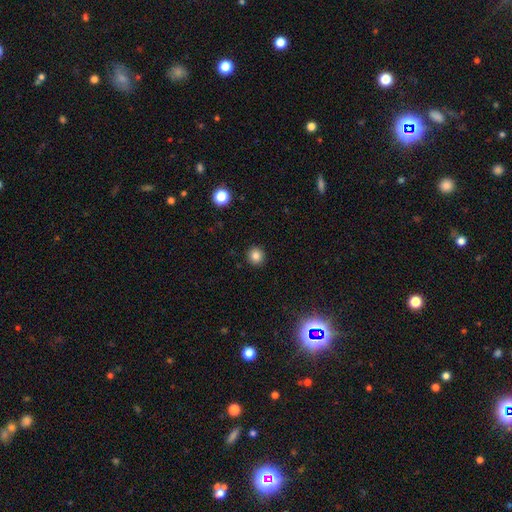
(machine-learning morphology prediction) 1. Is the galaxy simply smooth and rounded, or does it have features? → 84% smooth, 12% star or artifact, 4% featured or disk.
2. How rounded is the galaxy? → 91% round, 8% in between, 1% cigar-shaped.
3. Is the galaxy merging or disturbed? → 92% none, 5% minor disturbance, 2% major disturbance, 1% merger.